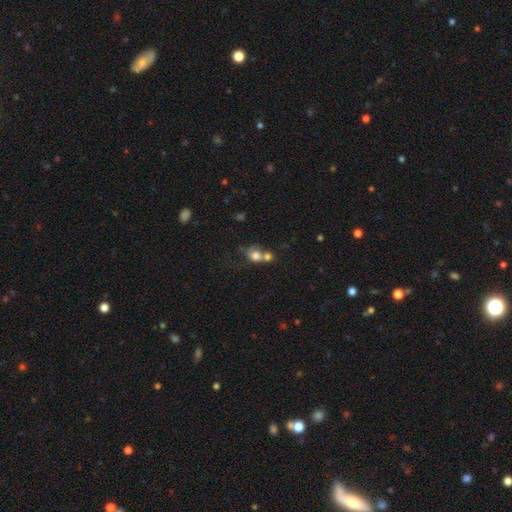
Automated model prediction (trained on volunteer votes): The model was most divided on "merging": merger: 56%, none: 27%, minor disturbance: 10%, major disturbance: 7%. More confident: smooth or featured — smooth (75%); how rounded — round (67%).